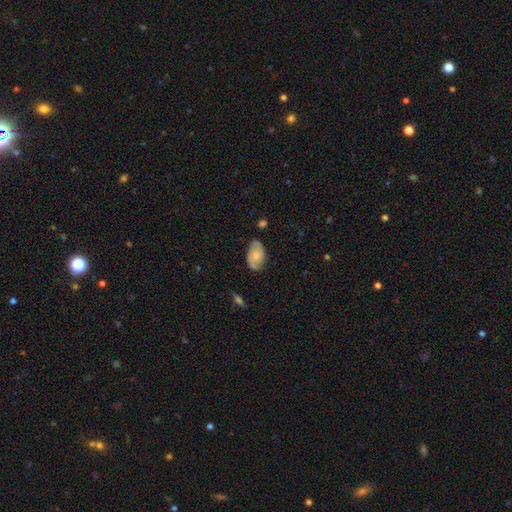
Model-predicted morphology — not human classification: Smooth or featured? smooth (52%)
How rounded? in between (92%)
Merging? none (67%)